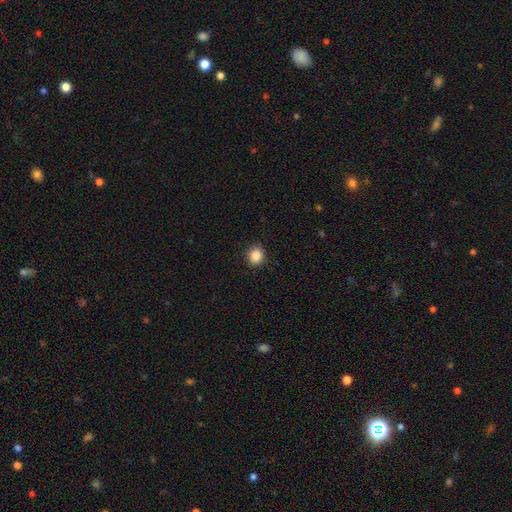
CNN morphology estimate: smooth 87%, star or artifact 10%, featured or disk 3%. Down the decision tree: how rounded — round (75%); merging — none (90%).